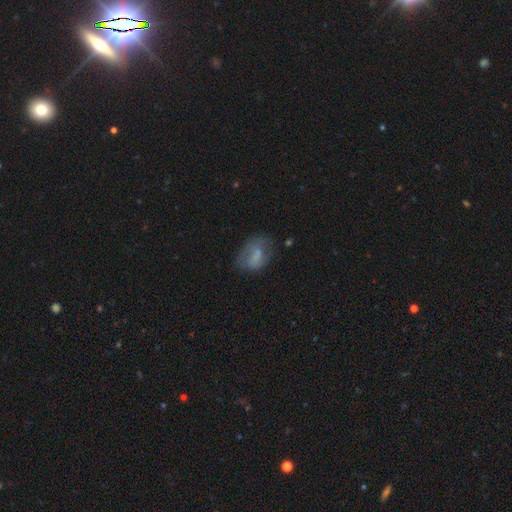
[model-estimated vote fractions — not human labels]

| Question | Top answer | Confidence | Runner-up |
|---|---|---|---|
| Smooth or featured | smooth | 62% | featured or disk (28%) |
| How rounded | in between | 78% | round (20%) |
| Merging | none | 49% | minor disturbance (29%) |